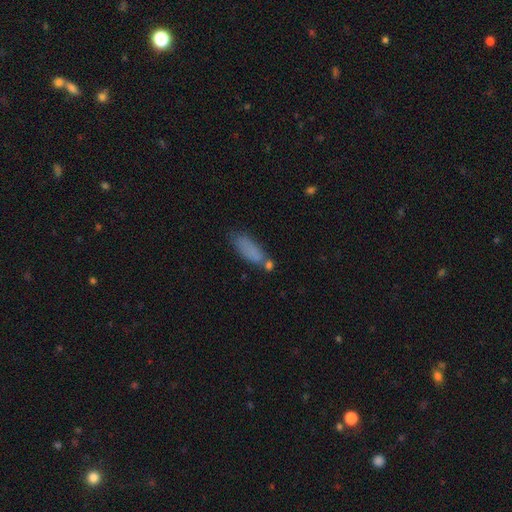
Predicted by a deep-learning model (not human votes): Smooth or featured? Predicted: smooth (p=0.78). How rounded? Predicted: in between (p=0.56). Merging? Predicted: none (p=0.65).